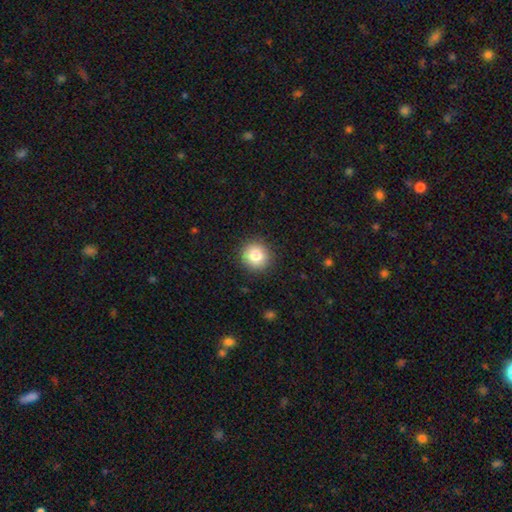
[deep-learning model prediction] Morphology: type=smooth (82%); roundness=round (93%); merging=none (91%).